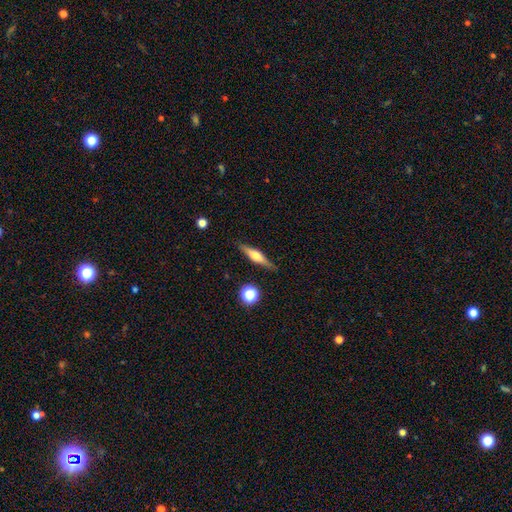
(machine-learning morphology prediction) type=featured or disk (59%); edge-on=yes (96%); edge-on bulge=rounded (88%); merging=none (87%).